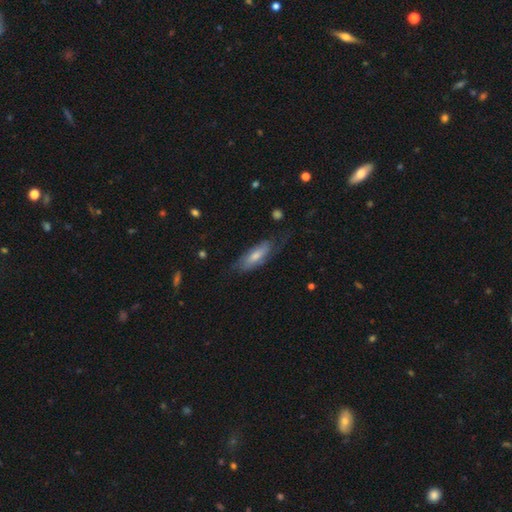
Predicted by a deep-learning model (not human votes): smooth_or_featured: smooth (p=0.56) [alt: featured or disk p=0.38]
how_rounded: in between (p=0.68) [alt: cigar-shaped p=0.29]
merging: none (p=0.58) [alt: minor disturbance p=0.25]